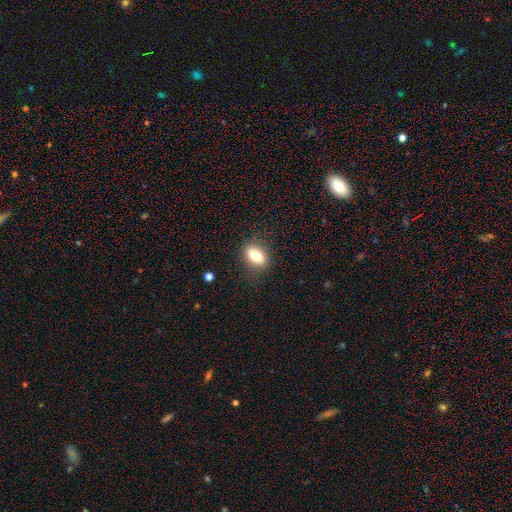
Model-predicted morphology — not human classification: Q: Smooth or featured?
A: smooth (79%); runner-up: featured or disk (12%)
Q: How rounded?
A: in between (81%); runner-up: round (16%)
Q: Merging?
A: none (84%); runner-up: minor disturbance (11%)